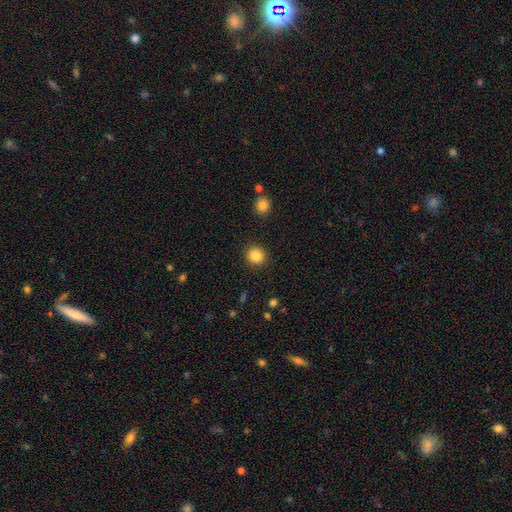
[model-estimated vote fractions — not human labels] This is clearly a smooth galaxy (86%). How rounded: clearly round (86%). Merging: clearly none (90%).